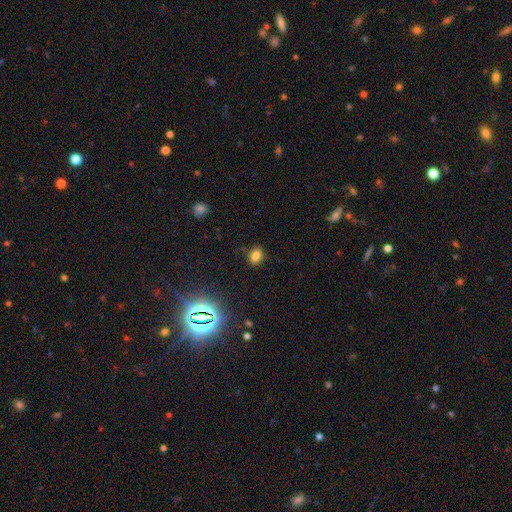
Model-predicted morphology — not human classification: Smooth or featured? smooth (77%)
How rounded? in between (55%)
Merging? none (84%)